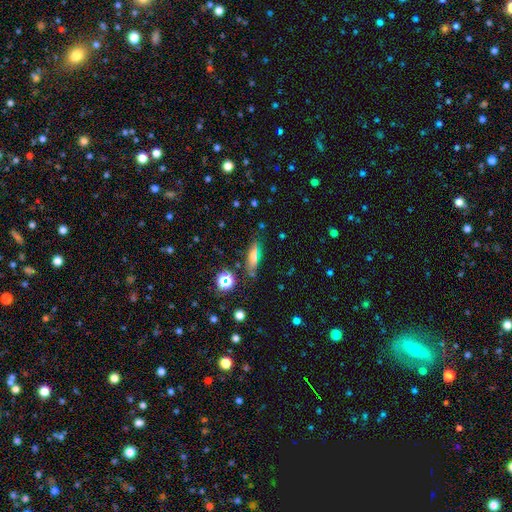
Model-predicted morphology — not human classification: Smooth or featured? Predicted: smooth (p=0.53). How rounded? Predicted: cigar-shaped (p=0.53). Merging? Predicted: none (p=0.76).